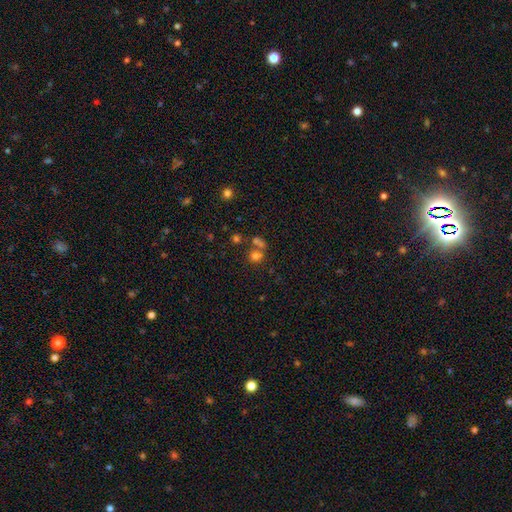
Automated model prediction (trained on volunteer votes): The model was most divided on "merging": none: 48%, merger: 39%, minor disturbance: 9%, major disturbance: 5%. More confident: how rounded — round (75%); smooth or featured — smooth (69%).